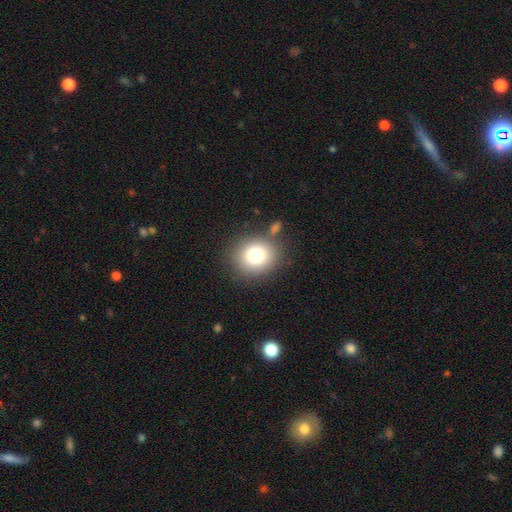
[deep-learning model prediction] A smooth galaxy with no disk features (76%) that is round (83%).

Vote fractions:
- Smooth or featured? smooth: 76% / star or artifact: 12% / featured or disk: 11%
- How rounded? round: 83% / in between: 16% / cigar-shaped: 1%
- Merging? none: 79% / minor disturbance: 10% / merger: 6% / major disturbance: 5%